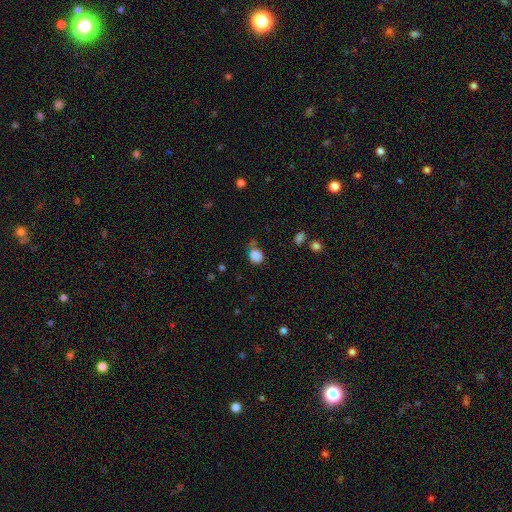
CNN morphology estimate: A smooth galaxy with no disk features (85%) that is round (78%).

Vote fractions:
- Smooth or featured? smooth: 85% / star or artifact: 11% / featured or disk: 5%
- How rounded? round: 78% / in between: 21% / cigar-shaped: 1%
- Merging? none: 63% / minor disturbance: 22% / merger: 7% / major disturbance: 7%